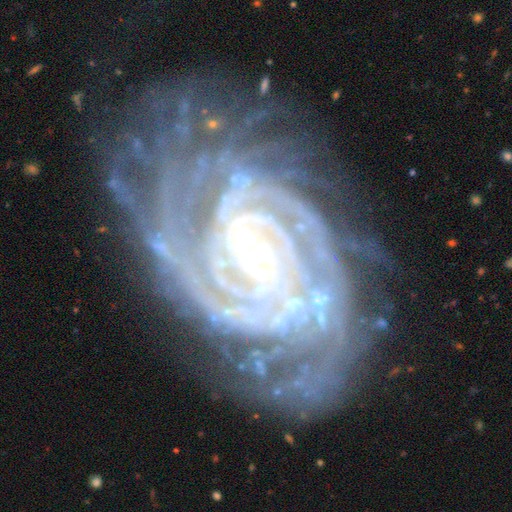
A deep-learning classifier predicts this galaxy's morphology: Q: Smooth or featured?
A: featured or disk (91%); runner-up: star or artifact (6%)
Q: Edge-on disk?
A: no (97%); runner-up: yes (3%)
Q: Bar?
A: no (51%); runner-up: weak (31%)
Q: Spiral arms?
A: yes (98%); runner-up: no (2%)
Q: Spiral winding?
A: tight (77%); runner-up: medium (20%)
Q: Spiral arm count?
A: can't tell (20%); tied with: 4 (20%)
Q: Bulge size?
A: small (83%); runner-up: moderate (12%)
Q: Merging?
A: none (69%); runner-up: minor disturbance (19%)